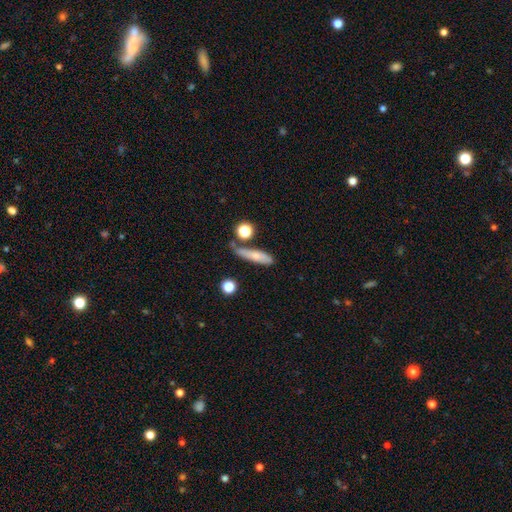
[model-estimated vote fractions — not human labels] smooth 70%, featured or disk 22%, star or artifact 8%. Down the decision tree: how rounded — cigar-shaped (70%); merging — none (60%).